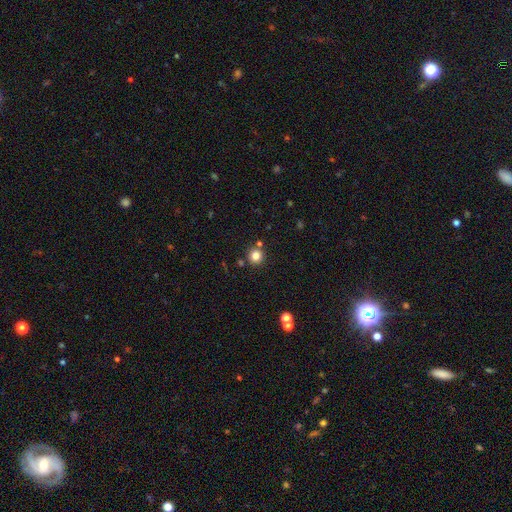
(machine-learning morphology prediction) Smooth or featured? smooth (81%)
How rounded? round (94%)
Merging? none (83%)